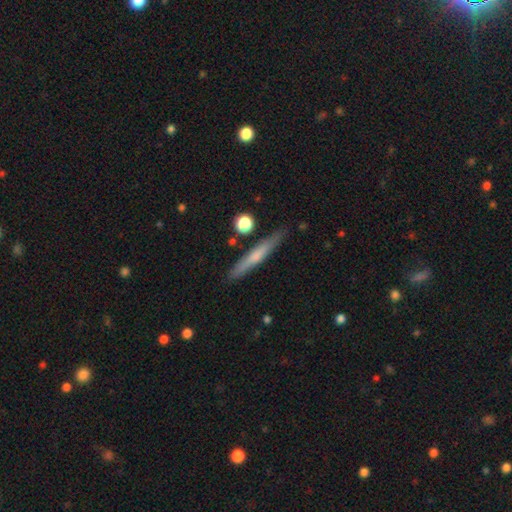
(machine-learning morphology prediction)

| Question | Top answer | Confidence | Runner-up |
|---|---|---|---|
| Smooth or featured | smooth | 52% | featured or disk (41%) |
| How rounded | cigar-shaped | 94% | in between (4%) |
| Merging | none | 85% | minor disturbance (10%) |